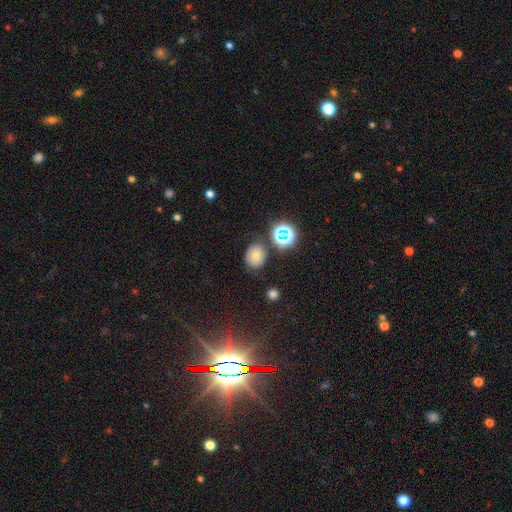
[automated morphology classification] This is likely a smooth galaxy (68%). How rounded: possibly round (57%). Merging: likely none (76%).